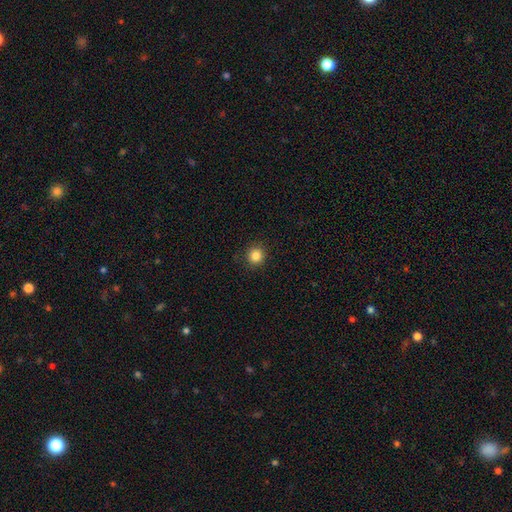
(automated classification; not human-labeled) smooth-or-featured: smooth: 84% | star or artifact: 12% | featured or disk: 4%
  how-rounded: round: 93% | in between: 6% | cigar-shaped: 1%
  merging: none: 91% | minor disturbance: 6% | major disturbance: 2% | merger: 1%